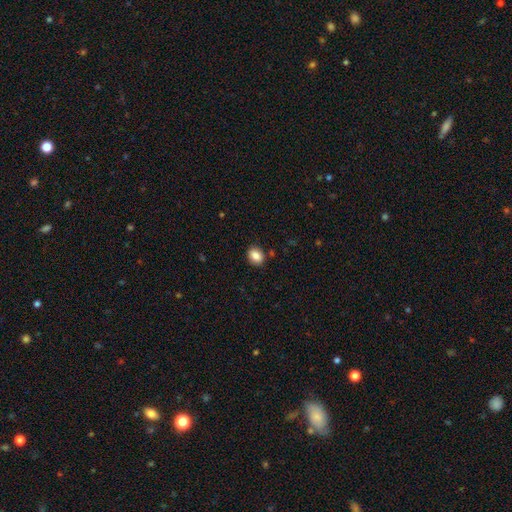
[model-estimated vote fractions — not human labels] Smooth or featured? smooth (86%)
How rounded? in between (58%)
Merging? none (87%)